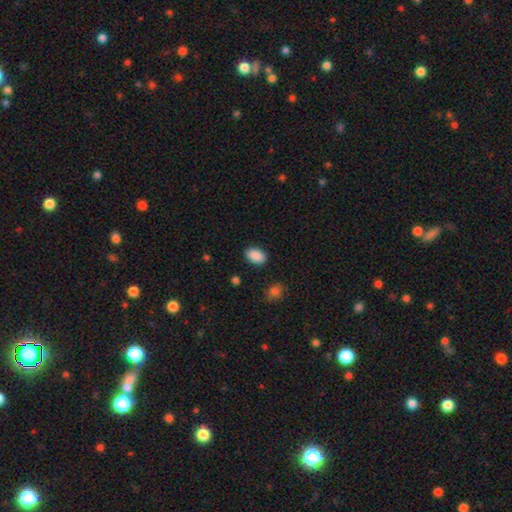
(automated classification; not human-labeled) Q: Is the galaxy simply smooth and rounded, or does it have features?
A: smooth — 90%.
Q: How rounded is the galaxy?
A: in between — 90%.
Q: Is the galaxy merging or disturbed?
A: none — 88%.